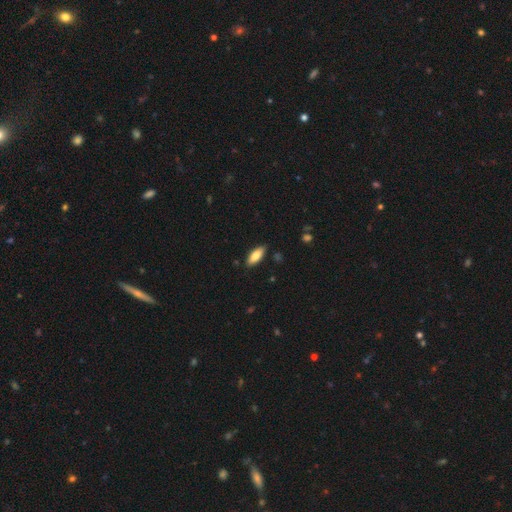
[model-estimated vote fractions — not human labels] smooth 82%, featured or disk 12%, star or artifact 6%. Down the decision tree: how rounded — in between (77%); merging — none (86%).